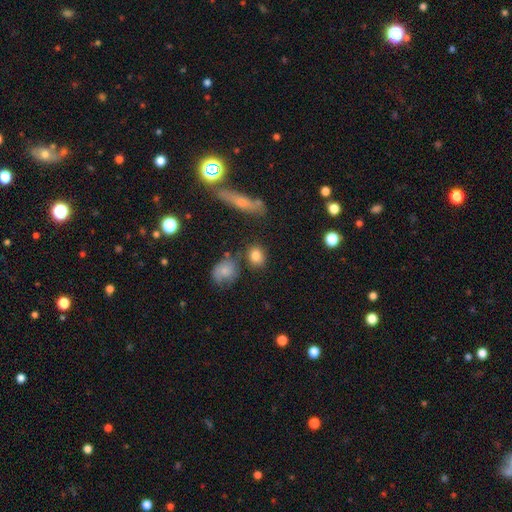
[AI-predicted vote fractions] Smooth or featured?
  - smooth: 82% *
  - star or artifact: 10%
  - featured or disk: 9%
How rounded?
  - round: 62% *
  - in between: 34%
  - cigar-shaped: 3%
Merging?
  - none: 74% *
  - minor disturbance: 13%
  - merger: 9%
  - major disturbance: 4%